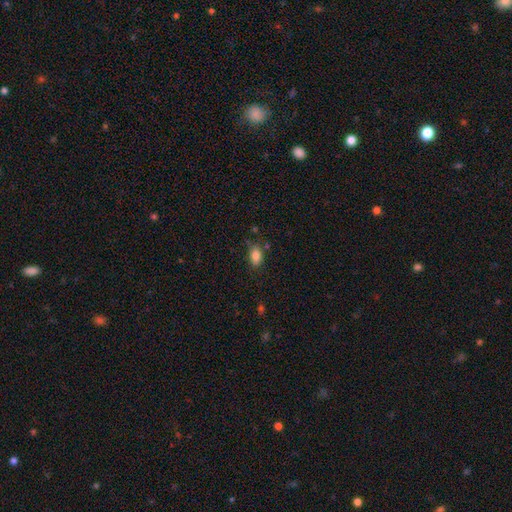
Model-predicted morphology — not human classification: Overall: smooth (84%). How rounded: in between (88%). Merging: none (73%).